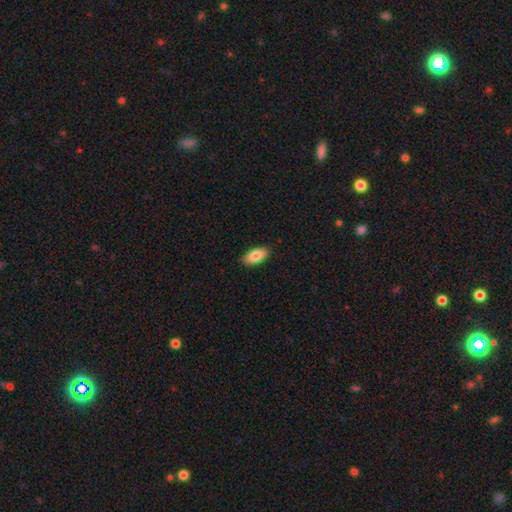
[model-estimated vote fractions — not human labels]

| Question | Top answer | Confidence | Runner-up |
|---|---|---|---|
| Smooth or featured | smooth | 83% | featured or disk (10%) |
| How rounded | in between | 92% | cigar-shaped (5%) |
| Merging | none | 89% | minor disturbance (8%) |